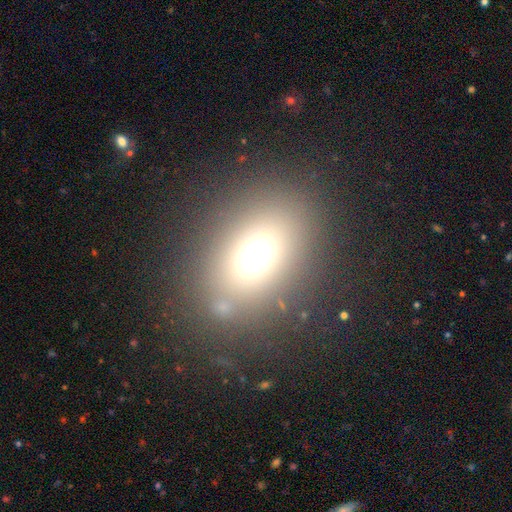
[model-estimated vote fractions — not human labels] Q: Smooth or featured?
A: smooth (66%); runner-up: star or artifact (20%)
Q: How rounded?
A: in between (68%); runner-up: round (30%)
Q: Merging?
A: none (80%); runner-up: minor disturbance (10%)